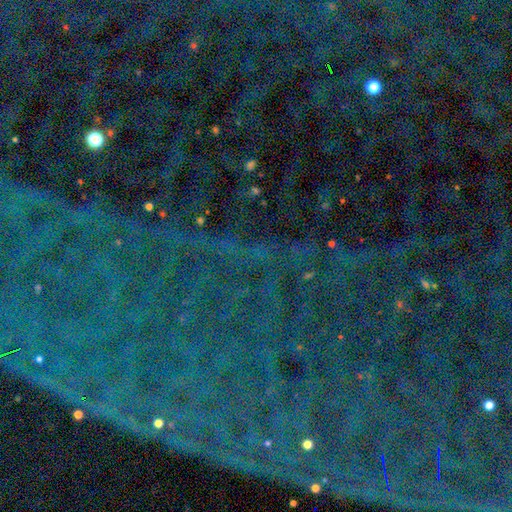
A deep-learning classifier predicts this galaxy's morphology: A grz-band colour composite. It shows a star or artifact, not a galaxy (88%).